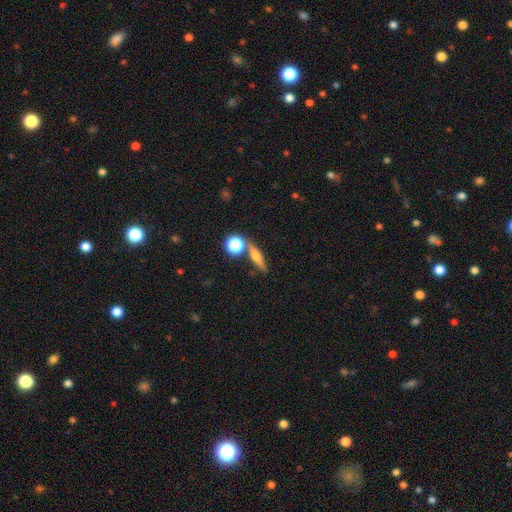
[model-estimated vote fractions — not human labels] Smooth or featured? featured or disk (49%)
Merging? none (74%)